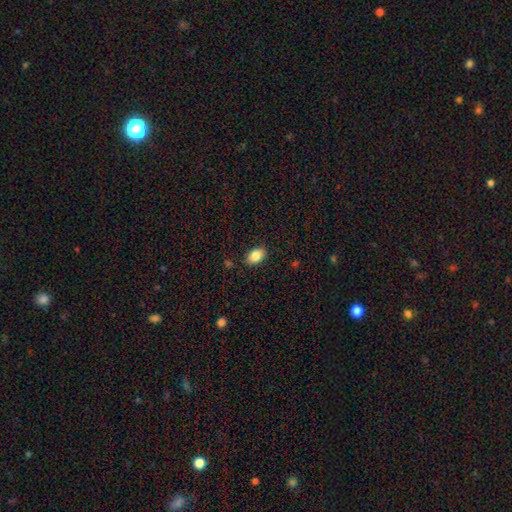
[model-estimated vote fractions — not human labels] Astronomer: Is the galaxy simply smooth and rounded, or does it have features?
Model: smooth — 85%.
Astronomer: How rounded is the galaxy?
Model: in between — 86%.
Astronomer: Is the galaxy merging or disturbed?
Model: none — 87%.